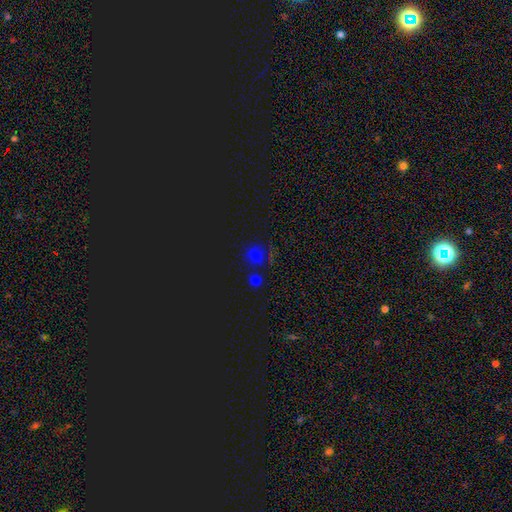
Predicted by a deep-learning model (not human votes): smooth 50%, star or artifact 43%, featured or disk 7%. Down the decision tree: merging — none (70%).